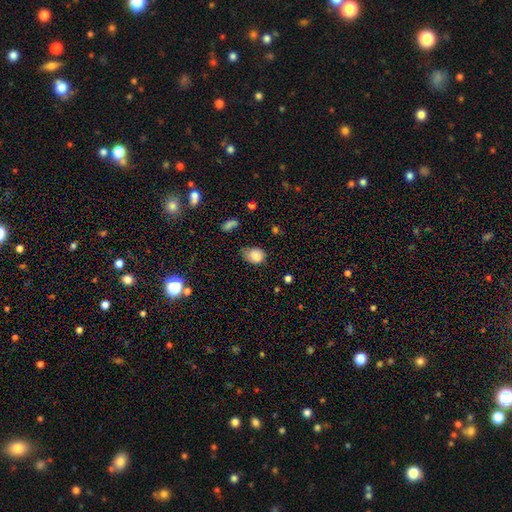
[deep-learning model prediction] smooth 82%, star or artifact 10%, featured or disk 8%. Down the decision tree: how rounded — in between (52%); merging — none (52%).